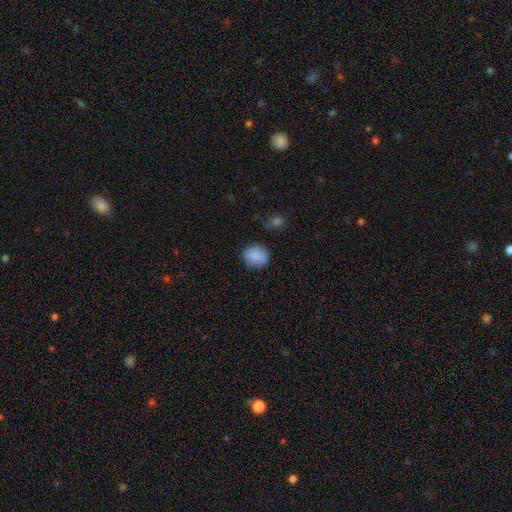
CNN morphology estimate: Smooth or featured?
  - smooth: 85% *
  - star or artifact: 8%
  - featured or disk: 7%
How rounded?
  - round: 77% *
  - in between: 22%
  - cigar-shaped: 1%
Merging?
  - none: 75% *
  - minor disturbance: 18%
  - major disturbance: 4%
  - merger: 3%